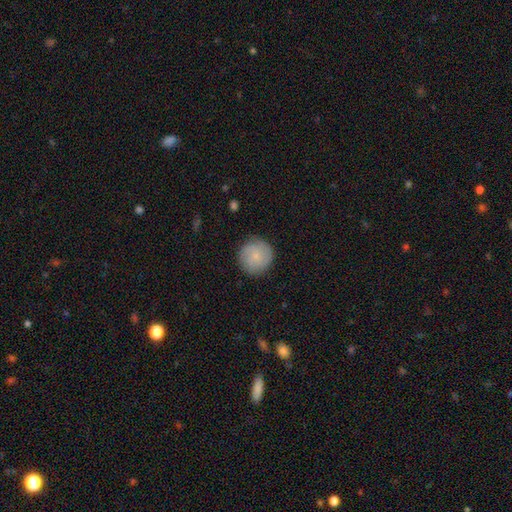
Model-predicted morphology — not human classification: smooth-or-featured: smooth: 65% | featured or disk: 29% | star or artifact: 7%
  how-rounded: round: 94% | in between: 5% | cigar-shaped: 1%
  merging: none: 84% | minor disturbance: 12% | major disturbance: 3% | merger: 1%